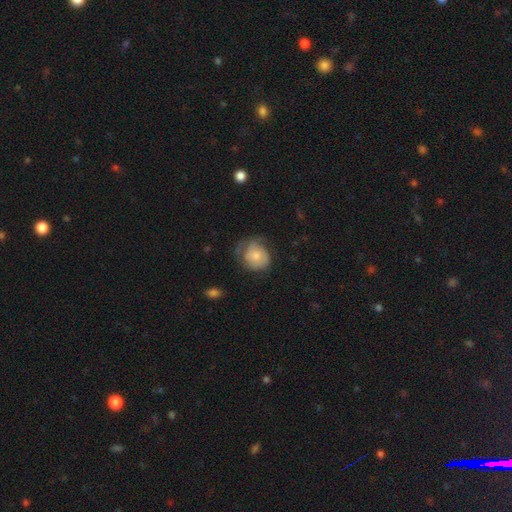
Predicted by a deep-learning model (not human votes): A smooth galaxy with no disk features (62%) that is round (71%). Merging: none (41%).